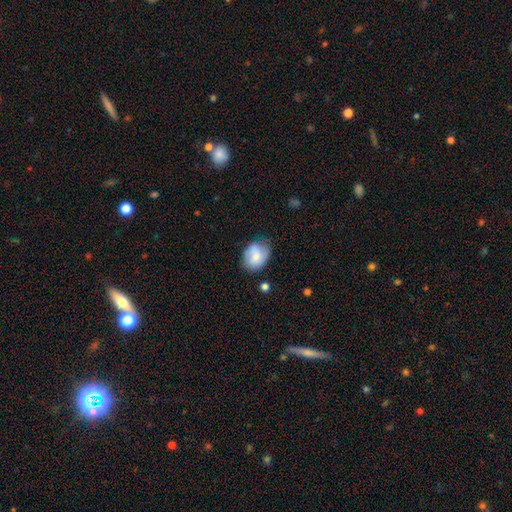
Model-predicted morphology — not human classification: Q: Smooth or featured?
A: smooth (73%); runner-up: featured or disk (19%)
Q: How rounded?
A: in between (55%); runner-up: round (44%)
Q: Merging?
A: none (64%); runner-up: minor disturbance (26%)